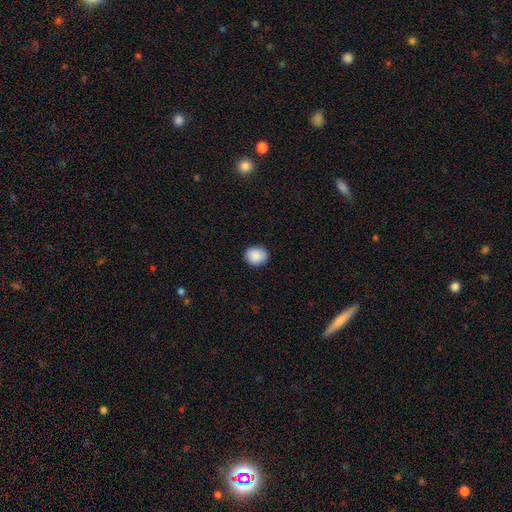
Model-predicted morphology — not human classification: Smooth or featured? smooth (89%)
How rounded? round (69%)
Merging? none (88%)